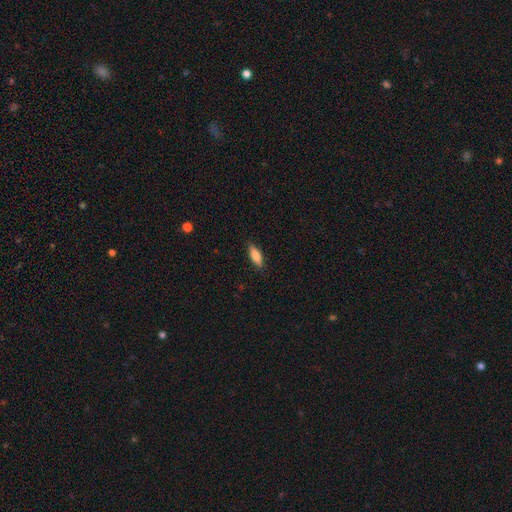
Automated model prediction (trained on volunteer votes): A smooth galaxy with no disk features (80%) that is in between round and cigar-shaped (63%).

Vote fractions:
- Smooth or featured? smooth: 80% / featured or disk: 14% / star or artifact: 6%
- How rounded? in between: 63% / cigar-shaped: 35% / round: 2%
- Merging? none: 86% / minor disturbance: 11% / major disturbance: 2% / merger: 1%